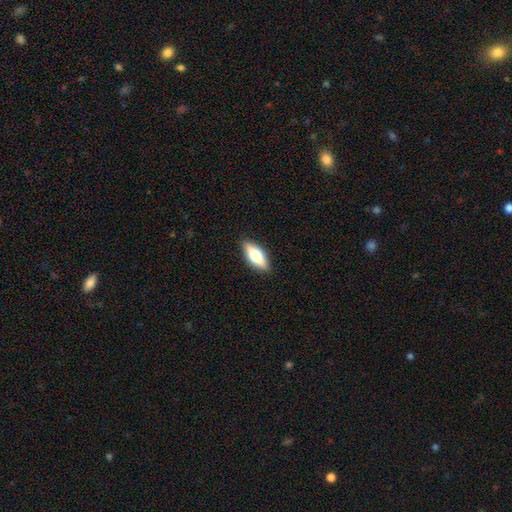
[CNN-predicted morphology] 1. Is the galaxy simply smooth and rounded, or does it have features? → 64% smooth, 30% featured or disk, 6% star or artifact.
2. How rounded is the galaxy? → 75% in between, 22% cigar-shaped, 3% round.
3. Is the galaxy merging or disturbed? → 88% none, 9% minor disturbance, 2% major disturbance, 1% merger.